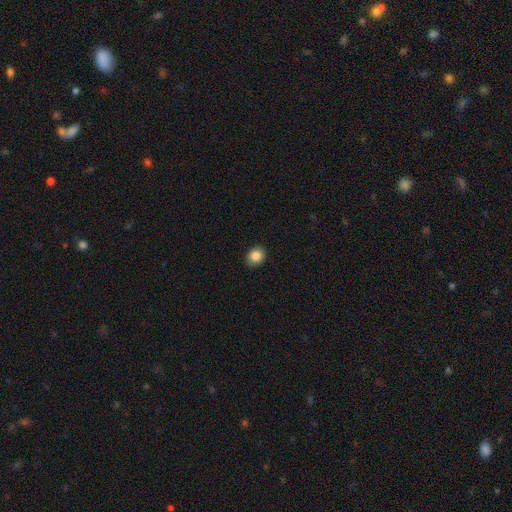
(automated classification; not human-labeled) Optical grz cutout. It shows a smooth galaxy with no disk features (86%) that is round (56%). Merging: none (88%).